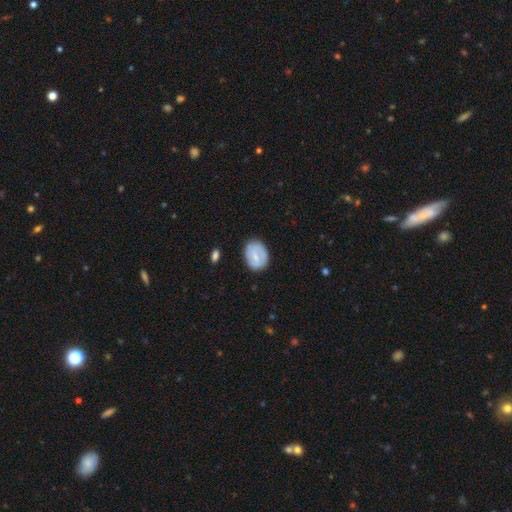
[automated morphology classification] This appears to be a smooth galaxy with no disk features (56%) that is in between round and cigar-shaped (68%). Merging: none (74%).